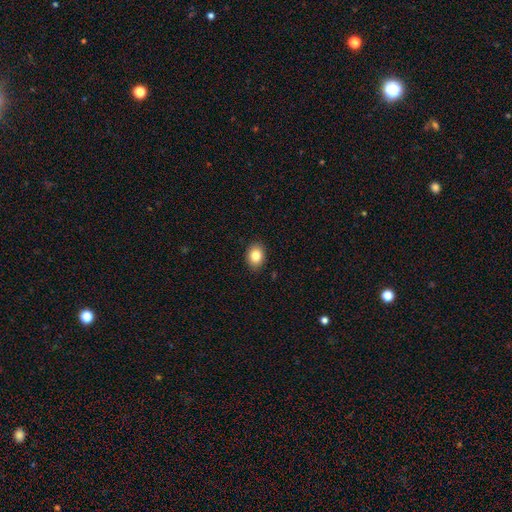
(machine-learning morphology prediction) Smooth or featured: smooth — 85% (star or artifact — 9%)
How rounded: in between — 65% (round — 34%)
Merging: none — 89% (minor disturbance — 8%)